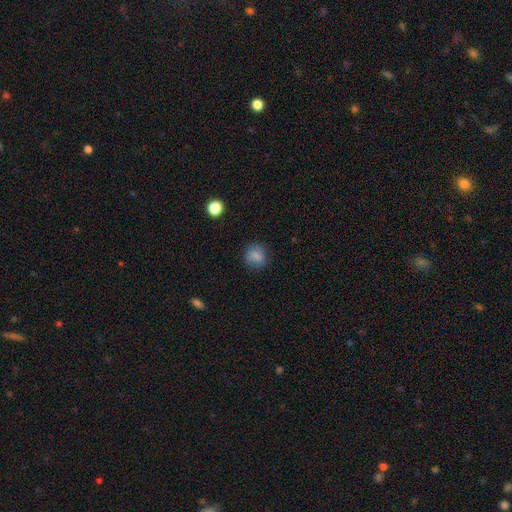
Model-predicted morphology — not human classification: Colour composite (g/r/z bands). It shows a smooth galaxy with no disk features (83%) that is round (78%). Merging: none (79%).